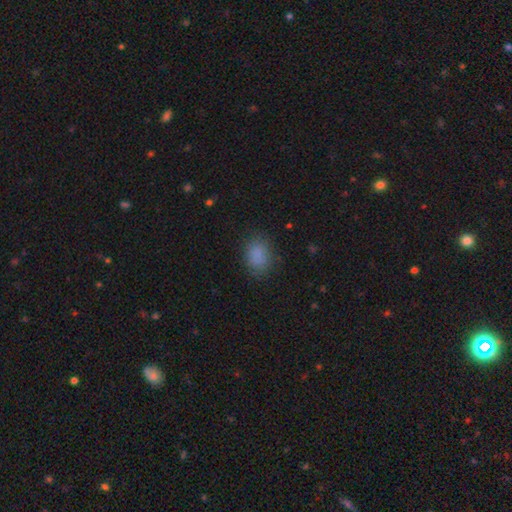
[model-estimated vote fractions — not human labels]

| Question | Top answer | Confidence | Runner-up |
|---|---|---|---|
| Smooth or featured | smooth | 84% | star or artifact (11%) |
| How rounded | in between | 71% | round (28%) |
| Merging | none | 79% | minor disturbance (15%) |